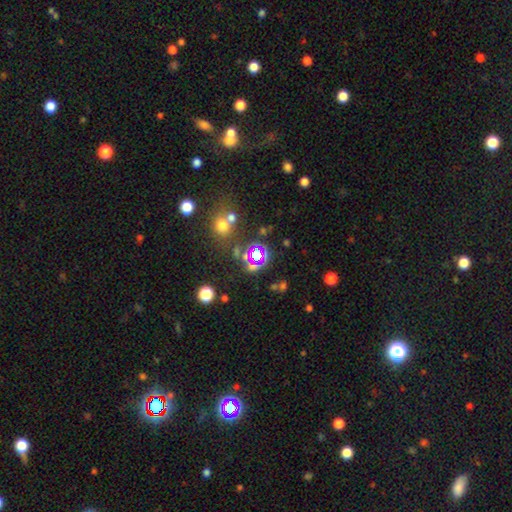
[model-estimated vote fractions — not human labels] A star or artifact, not a galaxy (59%).